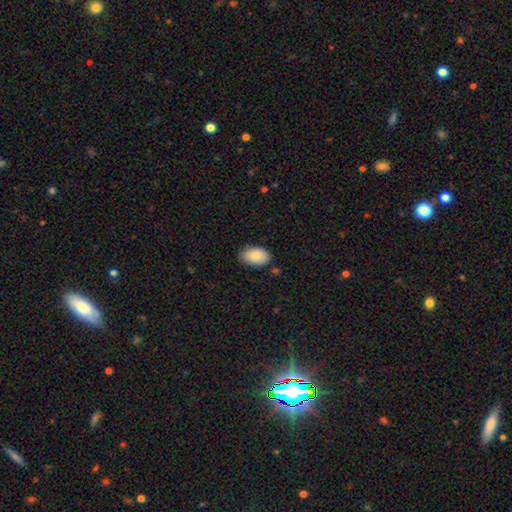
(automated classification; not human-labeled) smooth_or_featured: smooth (p=0.87) [alt: featured or disk p=0.07]
how_rounded: in between (p=0.93) [alt: round p=0.05]
merging: none (p=0.77) [alt: minor disturbance p=0.19]